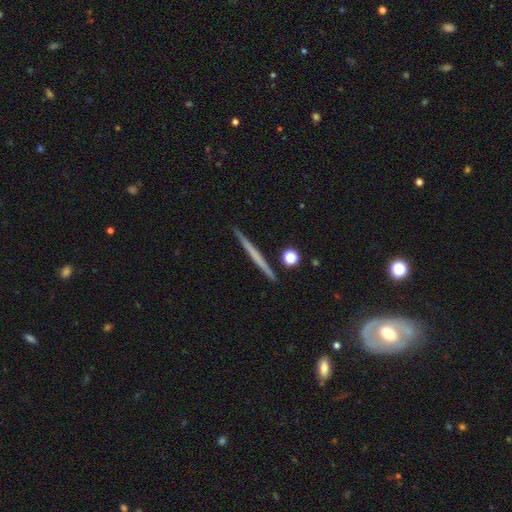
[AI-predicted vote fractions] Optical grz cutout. It shows a featured or disk galaxy (51%) viewed edge-on (97%). Merging: none (91%).